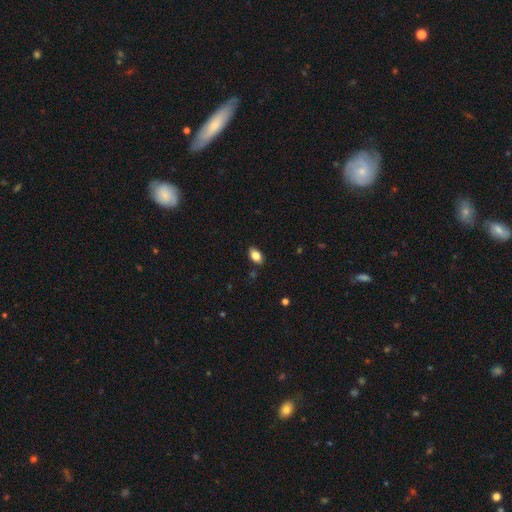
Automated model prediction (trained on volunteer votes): A smooth galaxy with no disk features (82%) that is in between round and cigar-shaped (90%).

Vote fractions:
- Smooth or featured? smooth: 82% / featured or disk: 9% / star or artifact: 8%
- How rounded? in between: 90% / round: 8% / cigar-shaped: 2%
- Merging? none: 87% / minor disturbance: 10% / major disturbance: 2% / merger: 1%